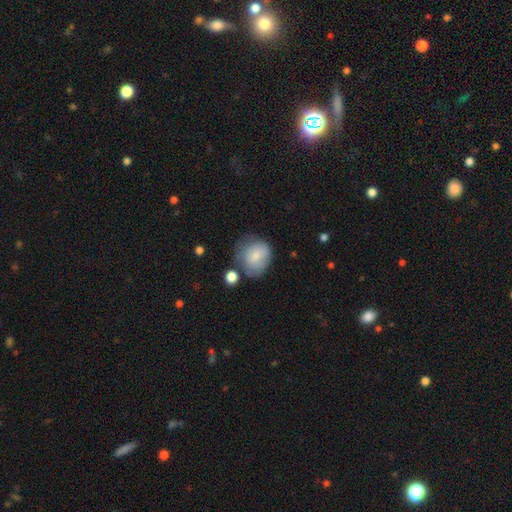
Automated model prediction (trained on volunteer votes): Overall: smooth (71%). How rounded: round (71%). Merging: none (50%; minor disturbance 29%).